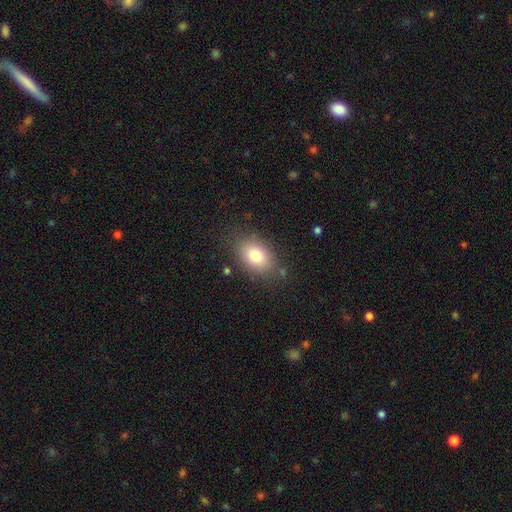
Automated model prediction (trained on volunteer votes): This is likely a smooth galaxy (80%). How rounded: clearly in between (83%). Merging: likely none (79%).